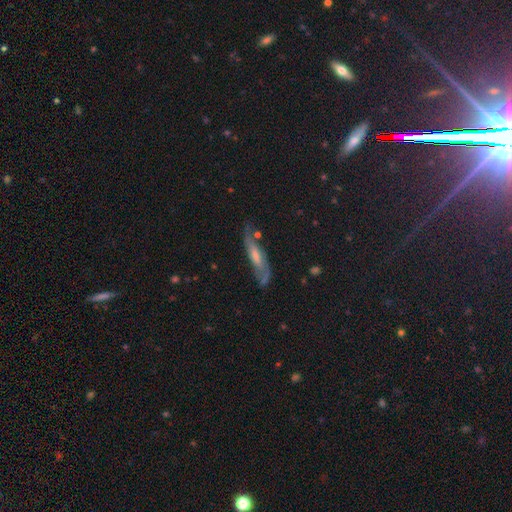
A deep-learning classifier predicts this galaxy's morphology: featured or disk 62%, smooth 31%, star or artifact 7%. Down the decision tree: edge-on disk — no (61%); merging — none (62%).